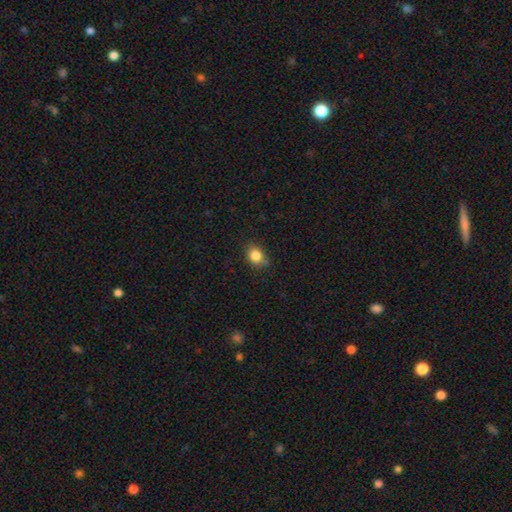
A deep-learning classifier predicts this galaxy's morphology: This is clearly a smooth galaxy (84%). How rounded: possibly round (50%). Merging: likely none (76%).